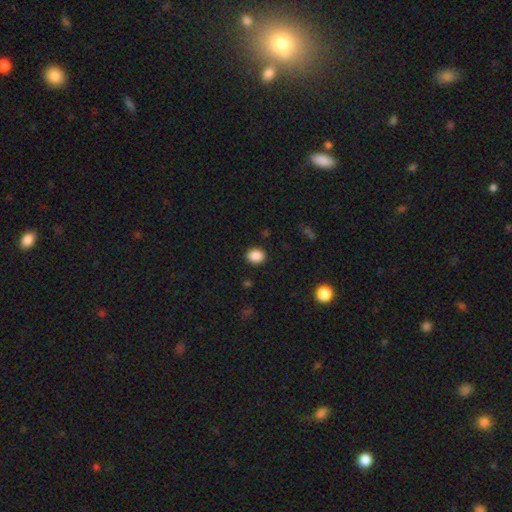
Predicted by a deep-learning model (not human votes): A smooth galaxy with no disk features (88%) that is round (57%). Merging: none (90%).